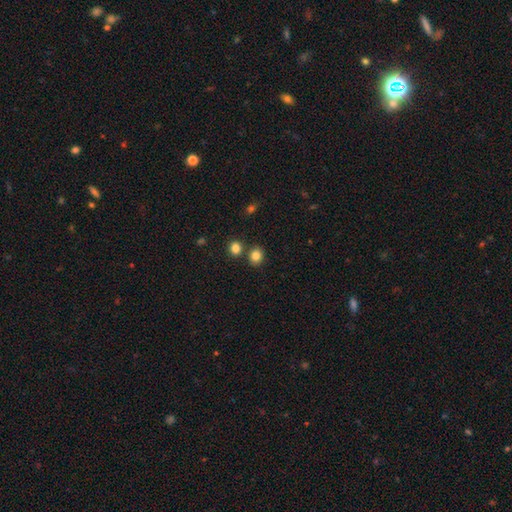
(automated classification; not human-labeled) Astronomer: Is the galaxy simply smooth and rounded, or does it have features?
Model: smooth — 83%.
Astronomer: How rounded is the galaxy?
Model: round — 74%.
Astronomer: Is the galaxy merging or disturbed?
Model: none — 77%.